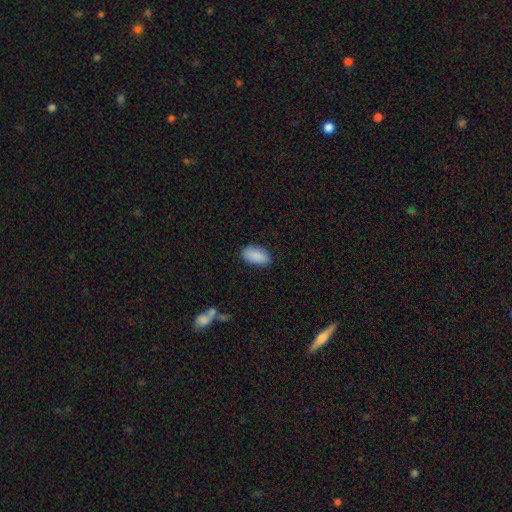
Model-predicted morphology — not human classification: Smooth or featured: smooth — 88% (star or artifact — 7%)
How rounded: in between — 94% (round — 4%)
Merging: none — 84% (minor disturbance — 12%)